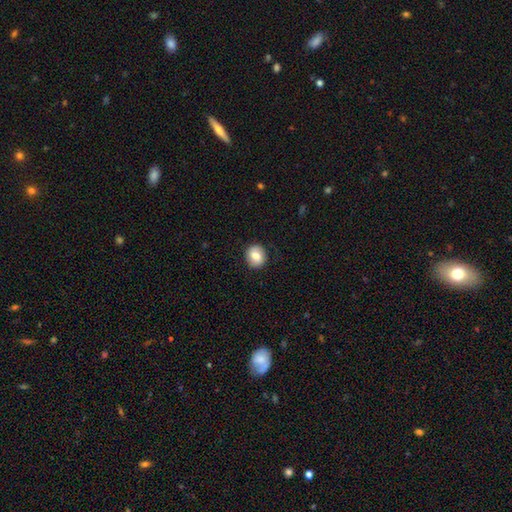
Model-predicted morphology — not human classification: Overall: smooth (80%). How rounded: round (80%). Merging: none (88%).